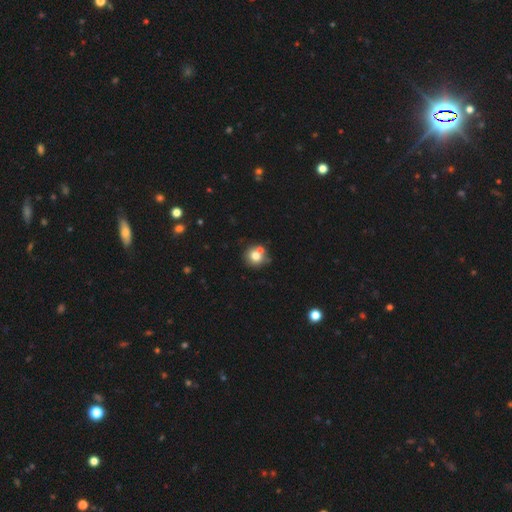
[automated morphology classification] Q: Smooth or featured?
A: smooth (75%); runner-up: featured or disk (14%)
Q: How rounded?
A: round (85%); runner-up: in between (14%)
Q: Merging?
A: none (57%); runner-up: merger (28%)